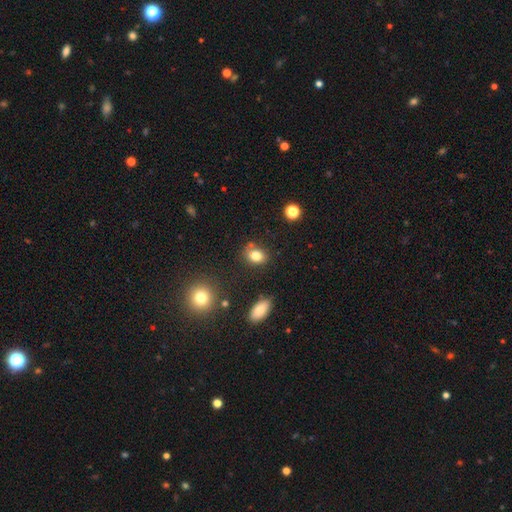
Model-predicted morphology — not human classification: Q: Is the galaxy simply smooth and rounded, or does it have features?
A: smooth — 80%.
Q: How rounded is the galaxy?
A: in between — 65%.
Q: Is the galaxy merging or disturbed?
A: none — 68%.